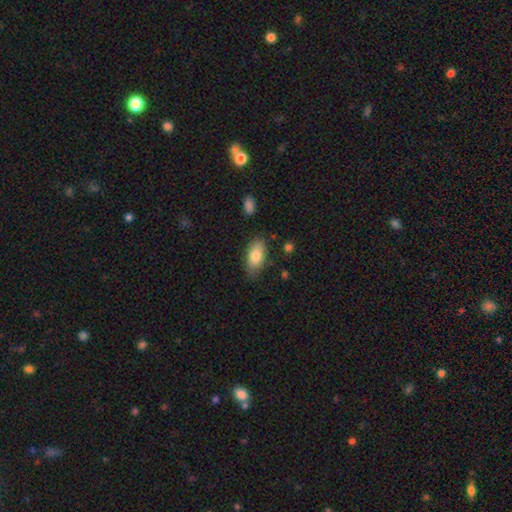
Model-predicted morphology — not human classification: smooth_or_featured: smooth (p=0.81) [alt: featured or disk p=0.13]
how_rounded: in between (p=0.91) [alt: cigar-shaped p=0.05]
merging: none (p=0.78) [alt: minor disturbance p=0.16]